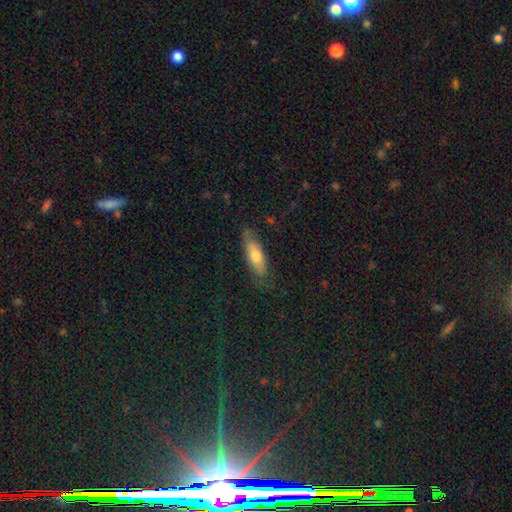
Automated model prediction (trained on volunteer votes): smooth_or_featured: smooth (p=0.64) [alt: featured or disk p=0.30]
how_rounded: in between (p=0.60) [alt: cigar-shaped p=0.38]
merging: none (p=0.74) [alt: minor disturbance p=0.19]